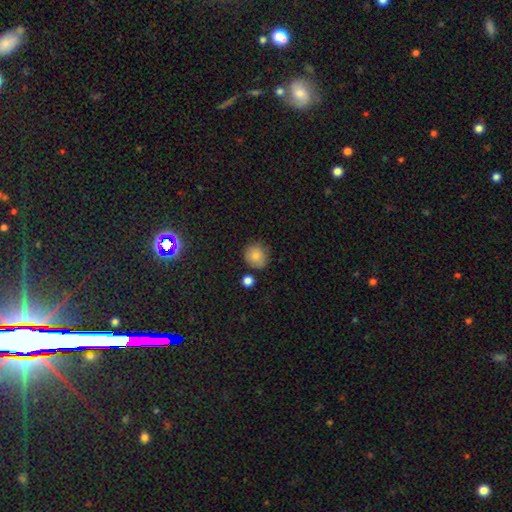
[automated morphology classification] type=smooth (82%); roundness=round (86%); merging=none (77%).